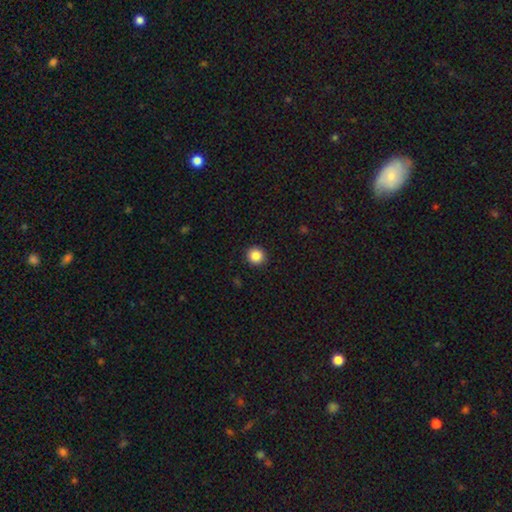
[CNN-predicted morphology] A smooth galaxy with no disk features (86%) that is round (95%). Merging: none (93%).